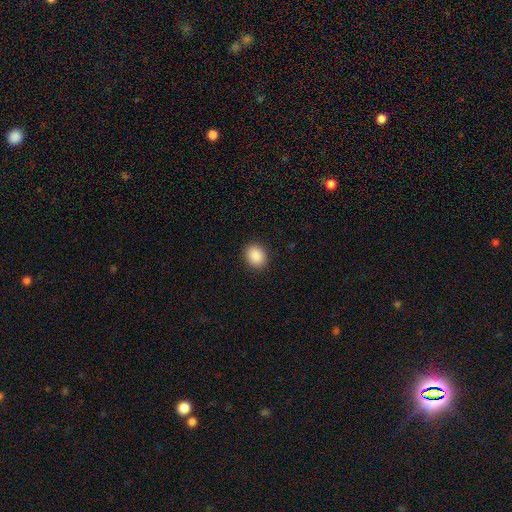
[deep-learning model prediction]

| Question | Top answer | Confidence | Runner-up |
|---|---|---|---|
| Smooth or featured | smooth | 89% | star or artifact (8%) |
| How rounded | round | 56% | in between (43%) |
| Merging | none | 91% | minor disturbance (6%) |